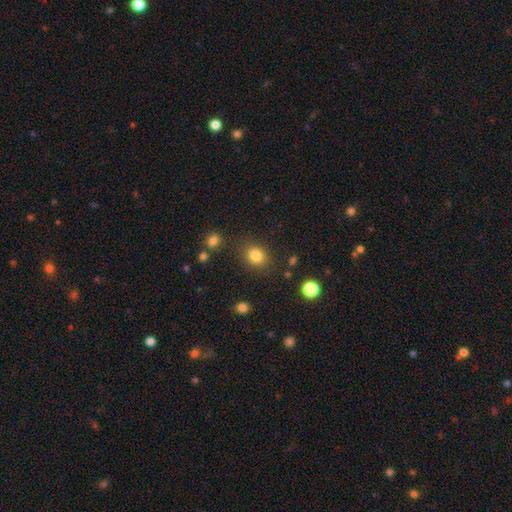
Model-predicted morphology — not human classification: type=smooth (83%); roundness=round (64%); merging=none (81%).